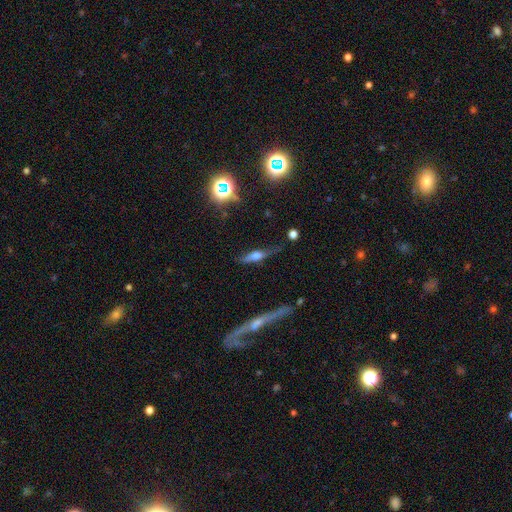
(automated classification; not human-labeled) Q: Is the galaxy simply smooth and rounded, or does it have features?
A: featured or disk — 55%.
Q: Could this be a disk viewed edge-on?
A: yes — 89%.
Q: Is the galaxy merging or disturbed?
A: none — 66%.